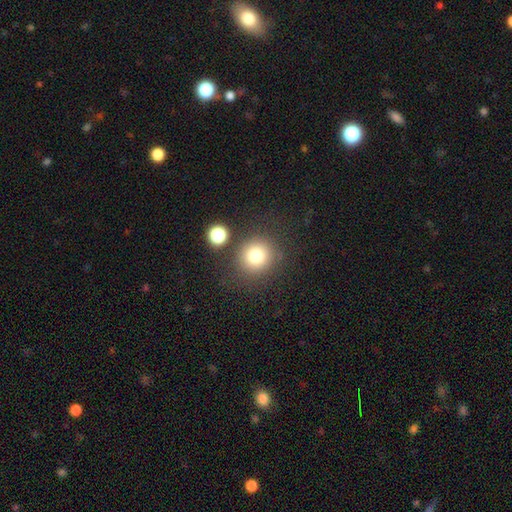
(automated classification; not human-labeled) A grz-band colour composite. It shows a smooth galaxy with no disk features (77%) that is round (91%). Merging: none (81%).